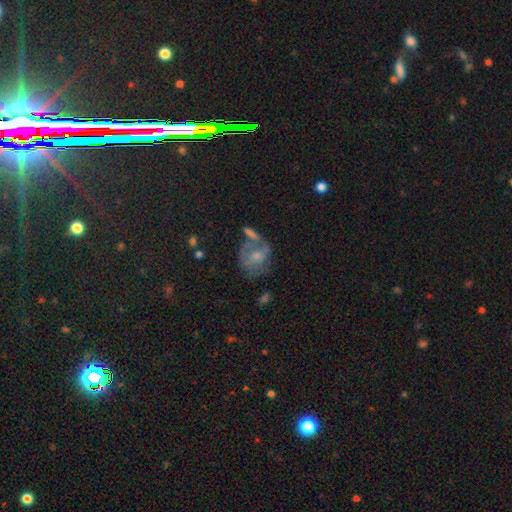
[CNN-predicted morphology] type=smooth (47%); merging=none (36%).